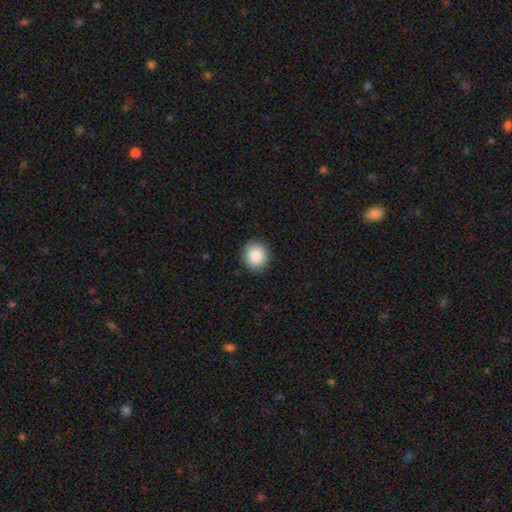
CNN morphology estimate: Smooth or featured? smooth (88%)
How rounded? round (87%)
Merging? none (91%)